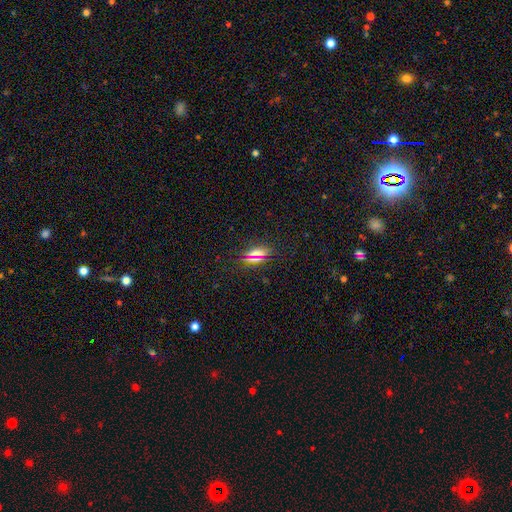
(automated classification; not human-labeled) Morphology: type=smooth (58%); roundness=in between (71%); merging=none (82%).